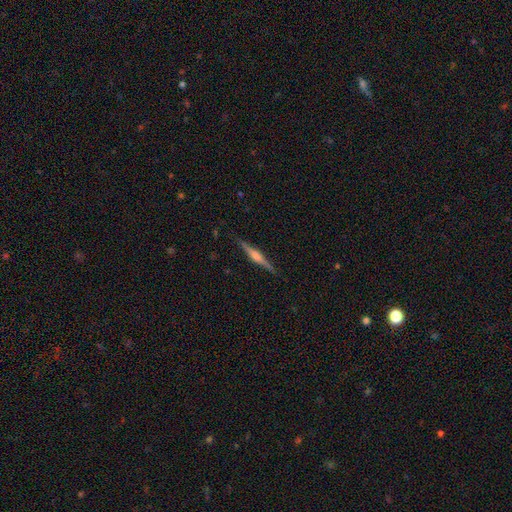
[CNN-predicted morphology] Overall: featured or disk (81%). Edge-on disk: yes (98%). Edge-on bulge: rounded (82%). Merging: none (90%).